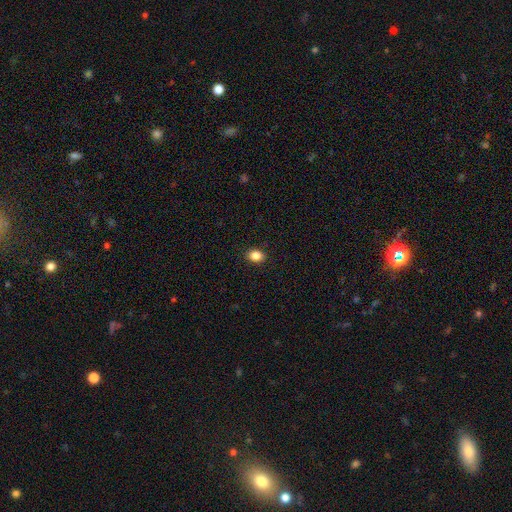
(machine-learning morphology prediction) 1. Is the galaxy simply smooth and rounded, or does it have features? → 86% smooth, 10% star or artifact, 4% featured or disk.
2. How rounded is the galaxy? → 59% in between, 39% round, 1% cigar-shaped.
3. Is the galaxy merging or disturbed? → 91% none, 7% minor disturbance, 2% major disturbance, 1% merger.